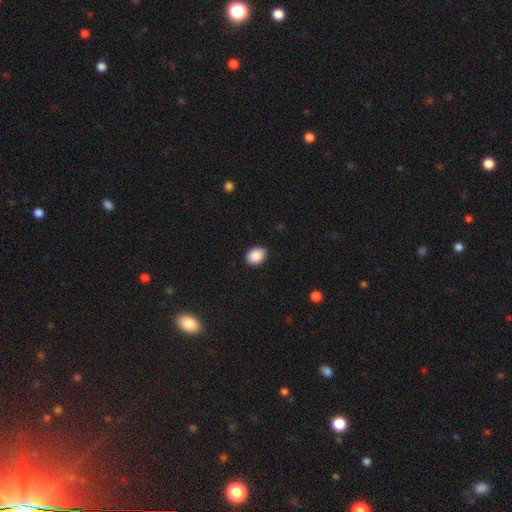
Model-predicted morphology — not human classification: The model was most divided on "how rounded": in between: 69%, round: 30%, cigar-shaped: 1%. More confident: smooth or featured — smooth (89%); merging — none (88%).